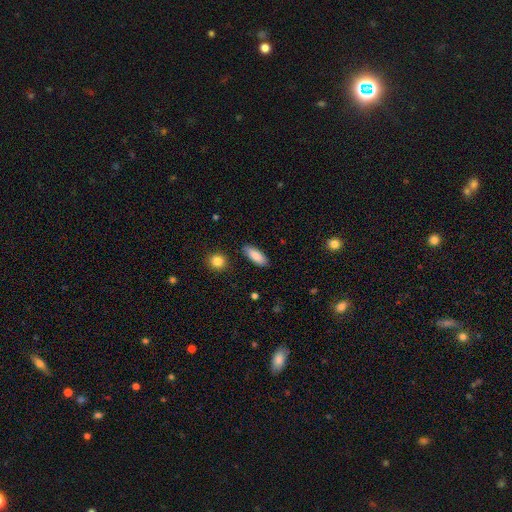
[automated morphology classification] This appears to be a smooth galaxy with no disk features (88%) that is in between round and cigar-shaped (73%). Merging: none (87%).